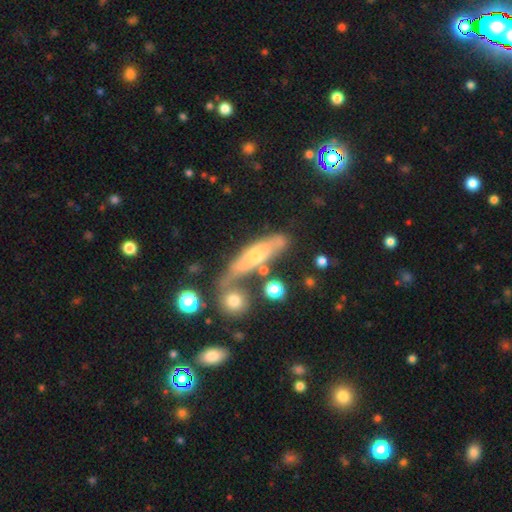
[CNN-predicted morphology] A featured or disk galaxy (48%). Merging: none (50%).